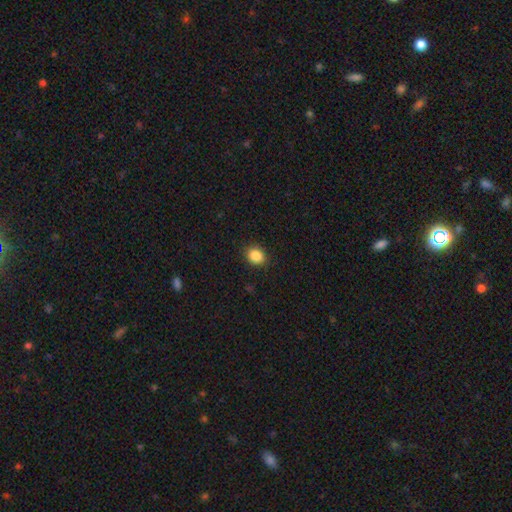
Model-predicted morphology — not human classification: type=smooth (87%); roundness=round (56%); merging=none (89%).